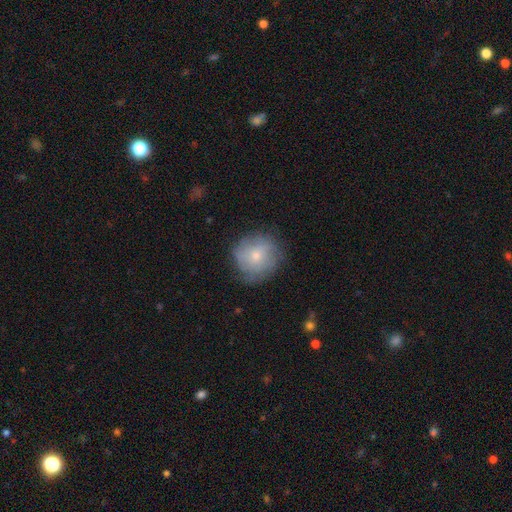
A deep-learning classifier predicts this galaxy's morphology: smooth 60%, featured or disk 31%, star or artifact 8%. Down the decision tree: how rounded — round (90%); merging — none (74%).